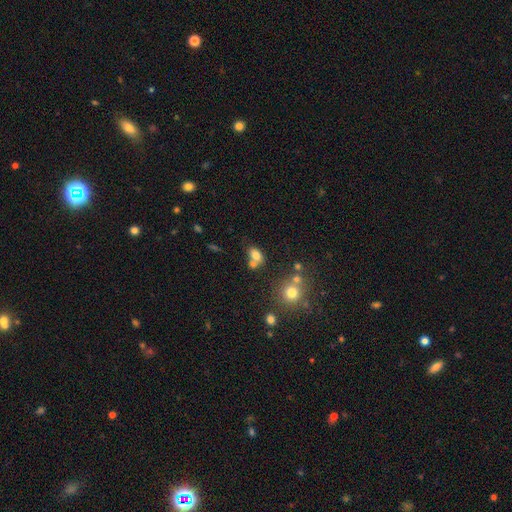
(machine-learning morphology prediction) Smooth or featured? Predicted: smooth (p=0.75). How rounded? Predicted: in between (p=0.80). Merging? Predicted: none (p=0.42).